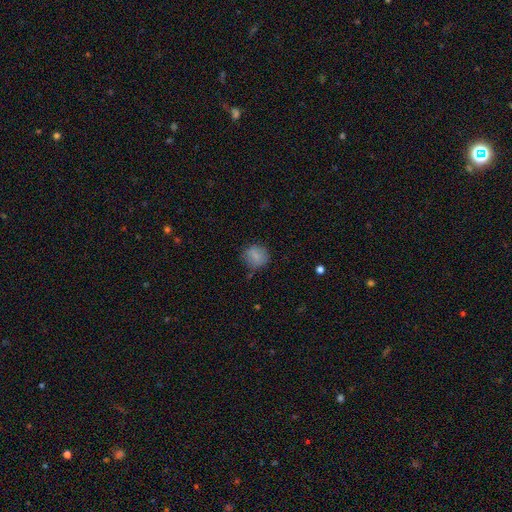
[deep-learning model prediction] smooth 80%, star or artifact 10%, featured or disk 9%. Down the decision tree: how rounded — round (82%); merging — none (69%).